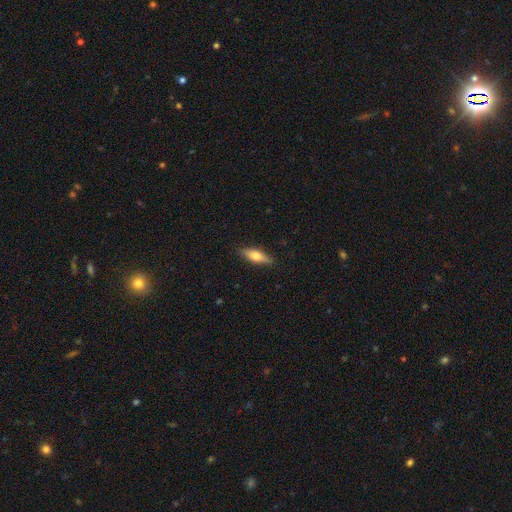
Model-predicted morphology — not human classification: smooth_or_featured: smooth (p=0.62) [alt: featured or disk p=0.32]
how_rounded: in between (p=0.52) [alt: cigar-shaped p=0.46]
merging: none (p=0.87) [alt: minor disturbance p=0.10]